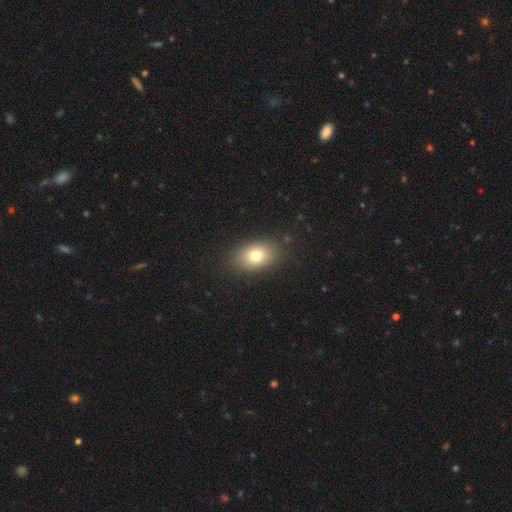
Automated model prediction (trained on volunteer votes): Q: Smooth or featured?
A: smooth (77%); runner-up: featured or disk (12%)
Q: How rounded?
A: in between (80%); runner-up: round (18%)
Q: Merging?
A: none (86%); runner-up: minor disturbance (10%)